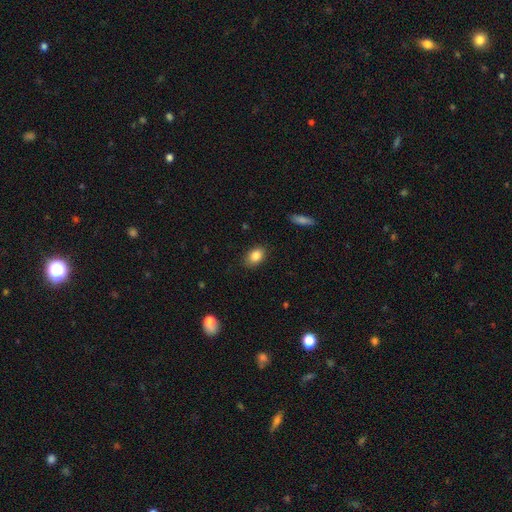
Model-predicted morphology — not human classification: This is clearly a smooth galaxy (85%). How rounded: clearly in between (81%). Merging: clearly none (84%).